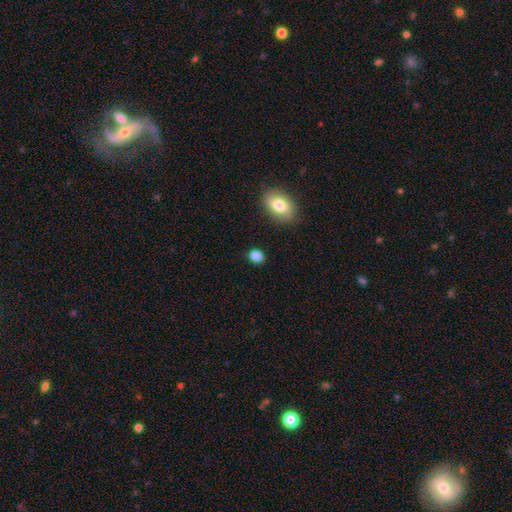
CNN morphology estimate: smooth-or-featured: smooth: 85% | star or artifact: 11% | featured or disk: 4%
  how-rounded: in between: 50% | round: 48% | cigar-shaped: 2%
  merging: none: 82% | minor disturbance: 12% | merger: 3% | major disturbance: 3%